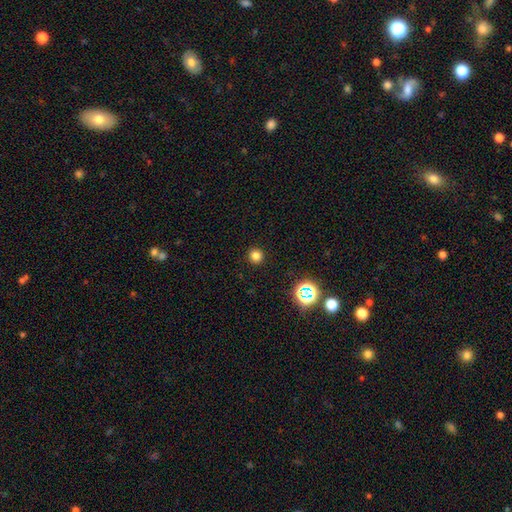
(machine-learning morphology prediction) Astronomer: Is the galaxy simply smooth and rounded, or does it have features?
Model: smooth — 79%.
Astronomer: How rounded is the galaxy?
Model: round — 95%.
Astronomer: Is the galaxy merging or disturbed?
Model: none — 92%.